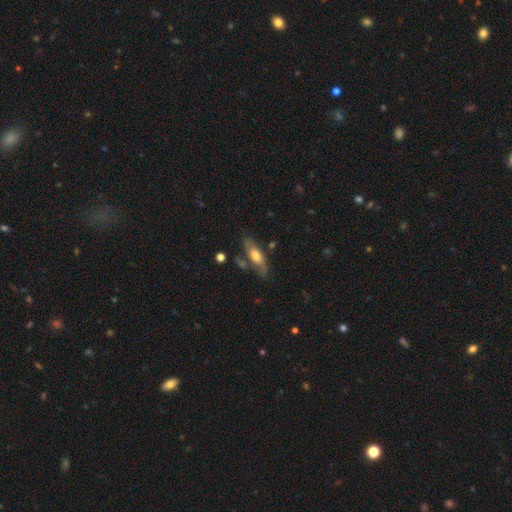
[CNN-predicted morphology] Smooth or featured?
  - featured or disk: 47% *
  - smooth: 46%
  - star or artifact: 7%
Merging?
  - none: 65% *
  - minor disturbance: 20%
  - major disturbance: 8%
  - merger: 7%